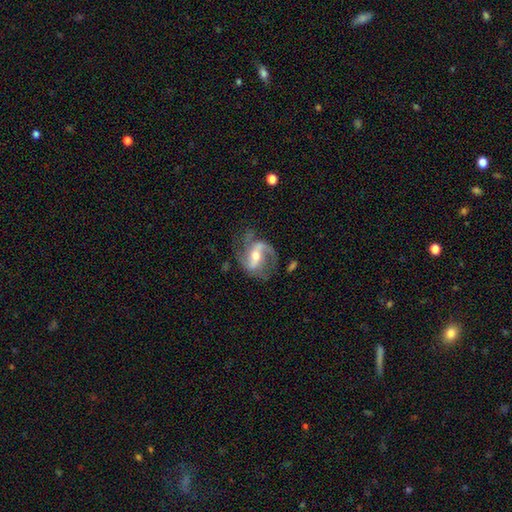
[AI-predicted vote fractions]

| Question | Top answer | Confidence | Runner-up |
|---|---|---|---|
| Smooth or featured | featured or disk | 88% | smooth (6%) |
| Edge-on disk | no | 97% | yes (3%) |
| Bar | strong | 44% | weak (38%) |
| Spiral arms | yes | 96% | no (4%) |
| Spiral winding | loose | 47% | medium (42%) |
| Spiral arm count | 2 | 73% | 3 (12%) |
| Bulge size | moderate | 61% | small (33%) |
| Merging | none | 63% | minor disturbance (19%) |